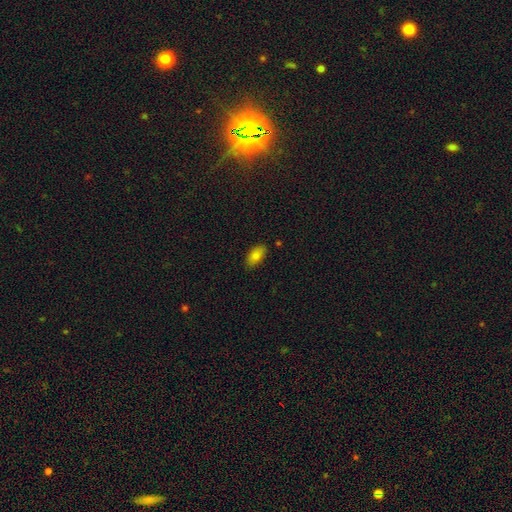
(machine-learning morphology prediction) Q: Smooth or featured?
A: smooth (81%); runner-up: featured or disk (11%)
Q: How rounded?
A: in between (92%); runner-up: cigar-shaped (5%)
Q: Merging?
A: none (86%); runner-up: minor disturbance (11%)